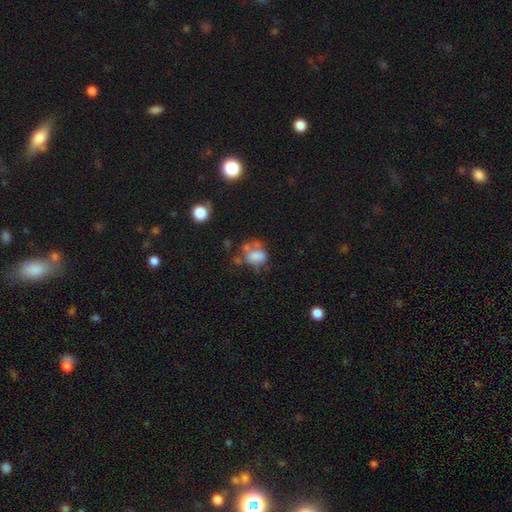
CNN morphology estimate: A smooth galaxy with no disk features (68%) that is in between round and cigar-shaped (56%). Merging: none (31%).